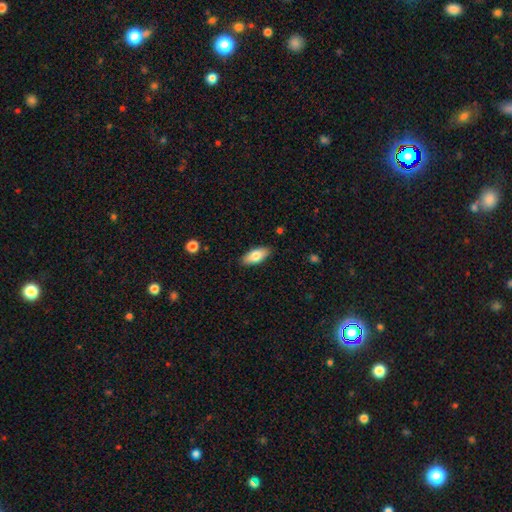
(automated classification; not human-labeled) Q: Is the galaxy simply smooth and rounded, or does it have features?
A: smooth — 79%.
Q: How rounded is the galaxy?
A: in between — 85%.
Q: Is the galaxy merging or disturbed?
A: none — 87%.